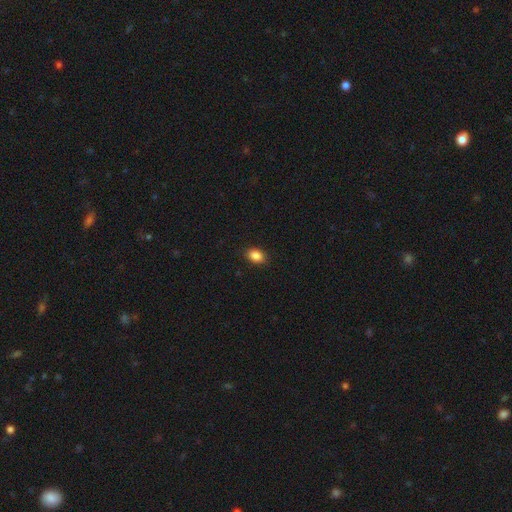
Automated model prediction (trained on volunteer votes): This appears to be a smooth galaxy with no disk features (88%) that is in between round and cigar-shaped (79%). Merging: none (89%).